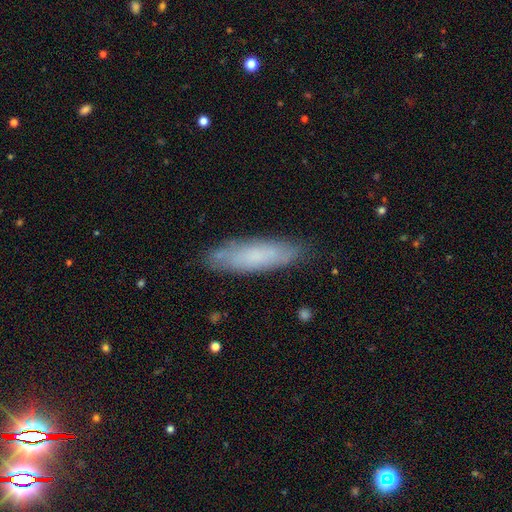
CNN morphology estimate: Smooth or featured? Predicted: smooth (p=0.67). How rounded? Predicted: cigar-shaped (p=0.58). Merging? Predicted: none (p=0.81).